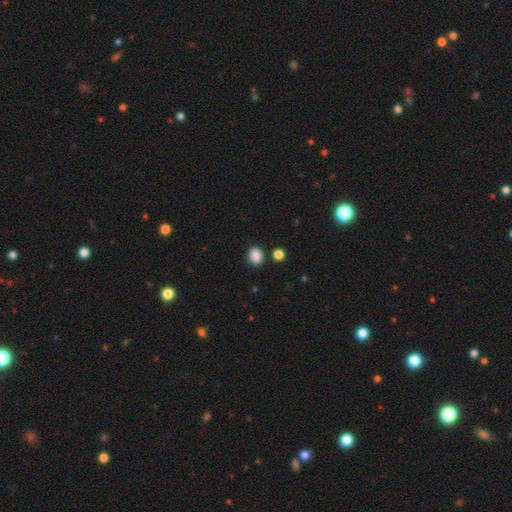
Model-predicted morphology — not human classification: Q: Smooth or featured?
A: smooth (87%); runner-up: star or artifact (9%)
Q: How rounded?
A: in between (61%); runner-up: round (37%)
Q: Merging?
A: none (83%); runner-up: minor disturbance (10%)